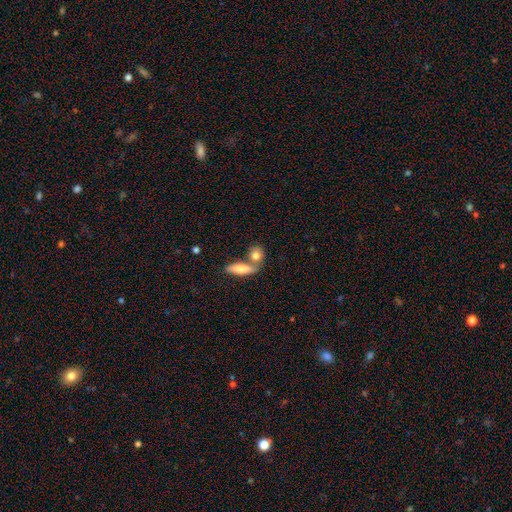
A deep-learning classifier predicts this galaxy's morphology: type=smooth (80%); roundness=in between (47%); merging=none (47%).